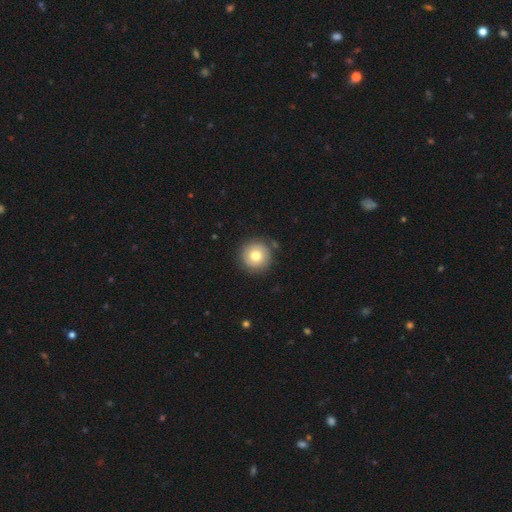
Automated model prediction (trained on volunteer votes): Smooth or featured? smooth (74%)
How rounded? round (96%)
Merging? none (86%)